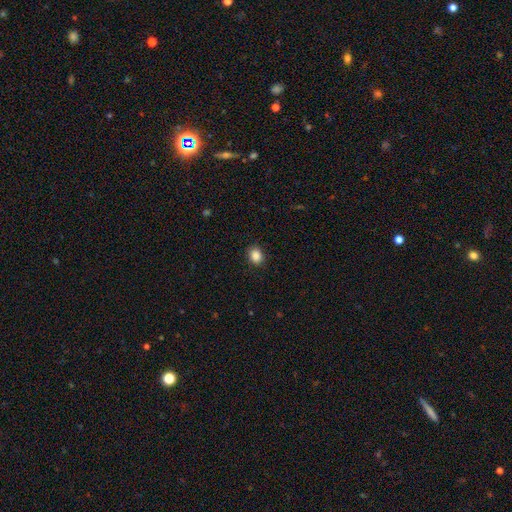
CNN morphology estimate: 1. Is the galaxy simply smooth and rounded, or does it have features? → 87% smooth, 9% star or artifact, 3% featured or disk.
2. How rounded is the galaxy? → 50% round, 49% in between, 1% cigar-shaped.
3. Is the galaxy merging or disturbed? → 88% none, 9% minor disturbance, 2% major disturbance, 1% merger.